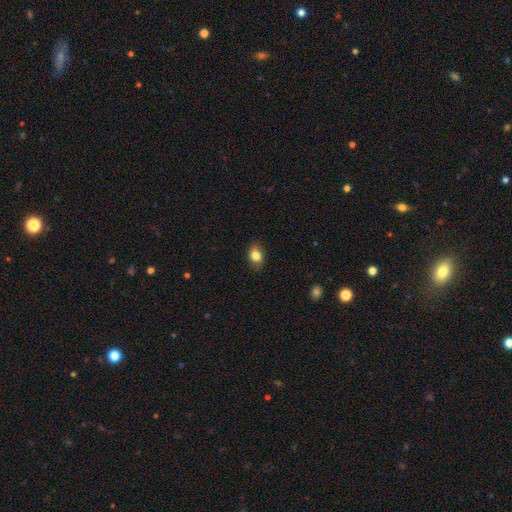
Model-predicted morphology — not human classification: Overall: smooth (82%). How rounded: in between (68%; round 31%). Merging: none (82%).